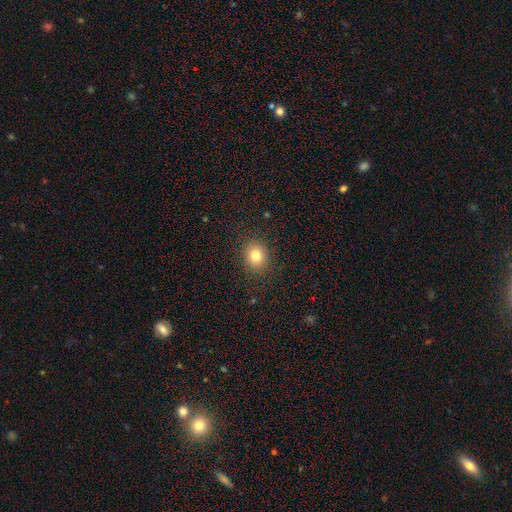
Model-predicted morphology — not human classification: type=smooth (81%); roundness=round (68%); merging=none (88%).